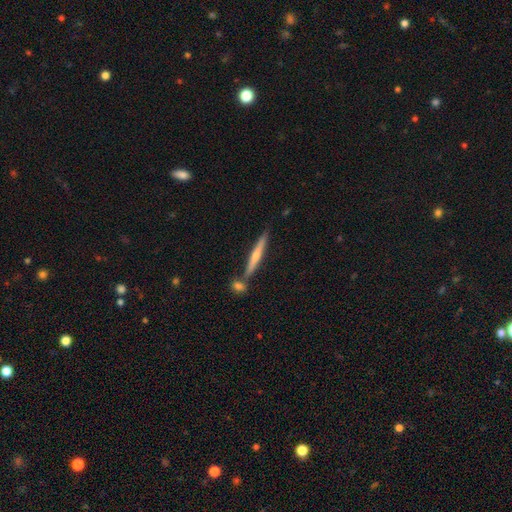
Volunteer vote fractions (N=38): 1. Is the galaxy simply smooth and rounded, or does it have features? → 58% featured or disk, 39% smooth, 3% star or artifact.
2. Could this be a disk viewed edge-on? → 100% yes, 0% no.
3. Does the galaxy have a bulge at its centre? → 68% rounded, 32% none, 0% boxy.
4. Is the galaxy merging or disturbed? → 84% none, 5% minor disturbance, 5% major disturbance, 5% merger.